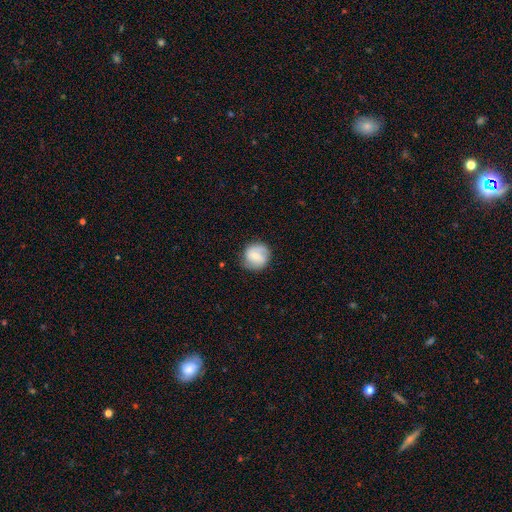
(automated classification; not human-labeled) This appears to be a featured or disk galaxy (48%). Merging: none (79%).